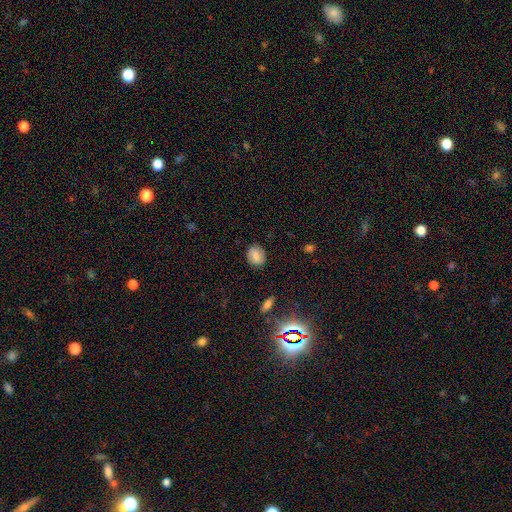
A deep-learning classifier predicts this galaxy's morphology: smooth 73%, featured or disk 17%, star or artifact 10%. Down the decision tree: how rounded — round (55%); merging — none (85%).